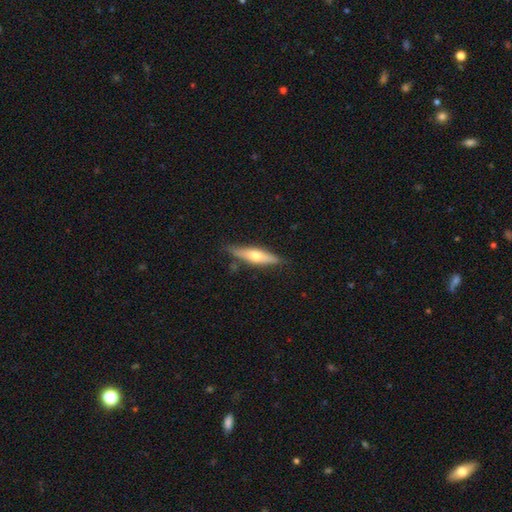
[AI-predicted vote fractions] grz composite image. It shows a featured or disk galaxy (48%). Merging: none (79%).